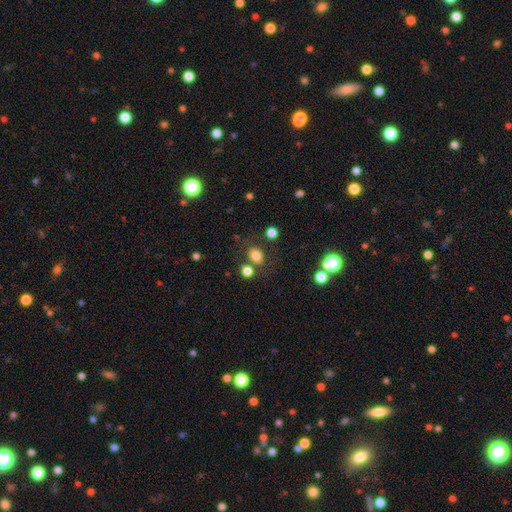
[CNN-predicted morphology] Smooth or featured? Predicted: smooth (p=0.77). How rounded? Predicted: round (p=0.53). Merging? Predicted: none (p=0.73).